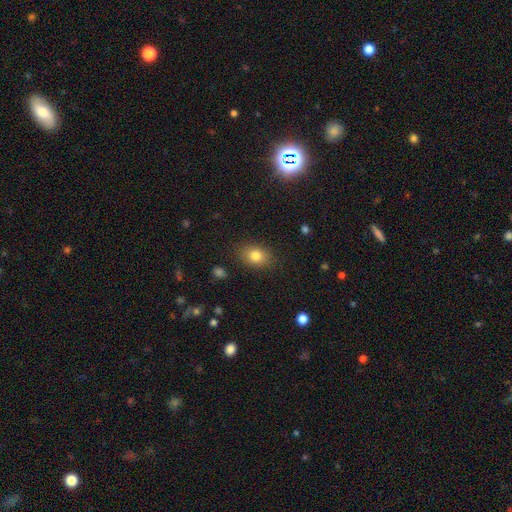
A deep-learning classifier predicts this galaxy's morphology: Smooth or featured: smooth — 81% (star or artifact — 10%)
How rounded: in between — 70% (round — 29%)
Merging: none — 85% (minor disturbance — 11%)